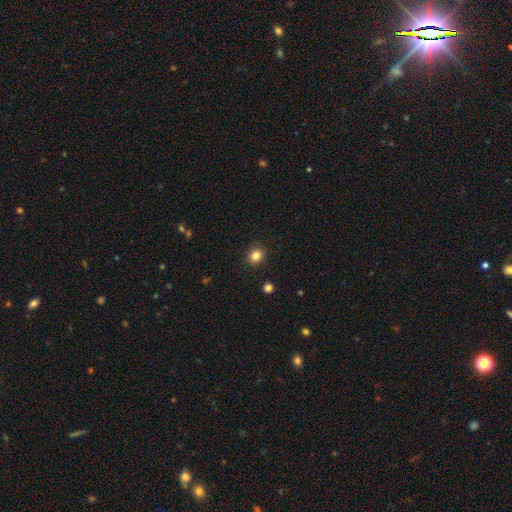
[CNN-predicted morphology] Smooth or featured? smooth (83%)
How rounded? round (81%)
Merging? none (90%)